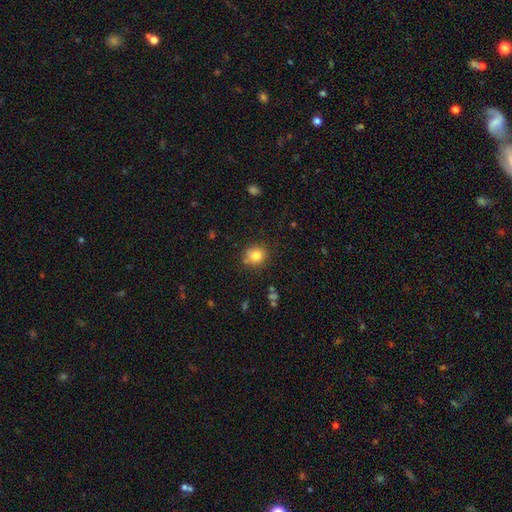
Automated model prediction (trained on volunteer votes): Smooth or featured: smooth — 81% (star or artifact — 11%)
How rounded: round — 78% (in between — 21%)
Merging: none — 84% (minor disturbance — 11%)